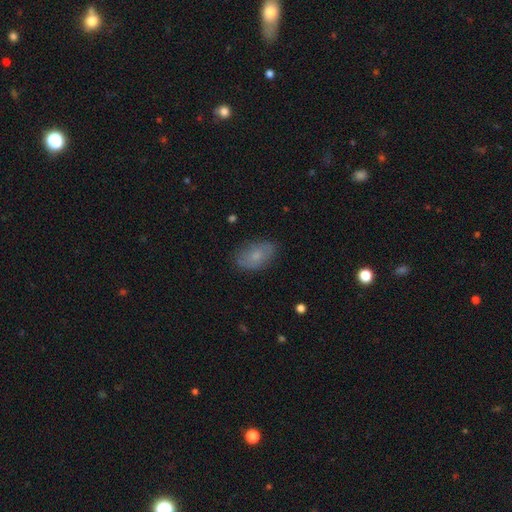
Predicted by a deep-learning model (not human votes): Smooth or featured? smooth (69%)
How rounded? in between (90%)
Merging? none (79%)